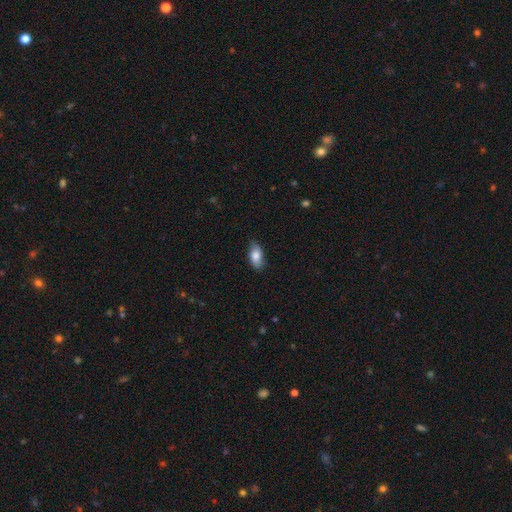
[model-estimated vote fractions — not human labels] This appears to be a smooth galaxy with no disk features (80%) that is in between round and cigar-shaped (89%). Merging: none (81%).